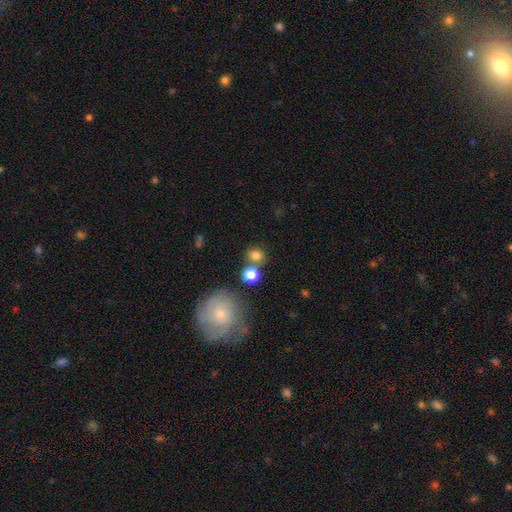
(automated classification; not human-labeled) This appears to be a smooth galaxy with no disk features (79%) that is round (84%). Merging: none (66%).